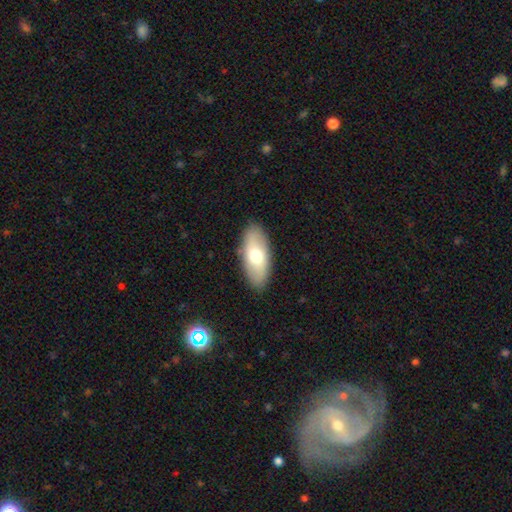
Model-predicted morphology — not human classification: Smooth or featured: smooth — 66% (featured or disk — 28%)
How rounded: in between — 88% (cigar-shaped — 9%)
Merging: none — 89% (minor disturbance — 8%)